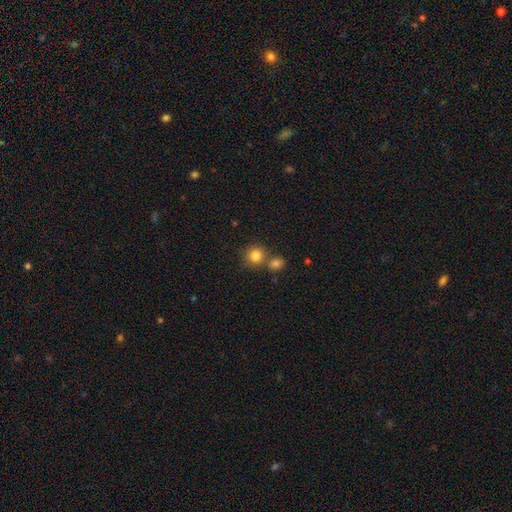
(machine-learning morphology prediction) Smooth or featured? Predicted: smooth (p=0.83). How rounded? Predicted: round (p=0.88). Merging? Predicted: none (p=0.60).